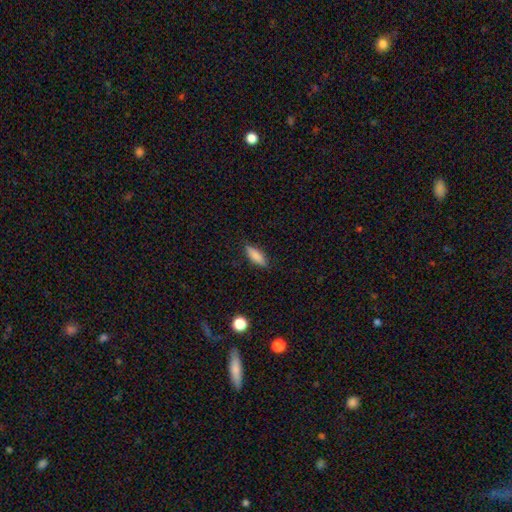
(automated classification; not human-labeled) A smooth galaxy with no disk features (79%) that is in between round and cigar-shaped (49%). Merging: none (84%).